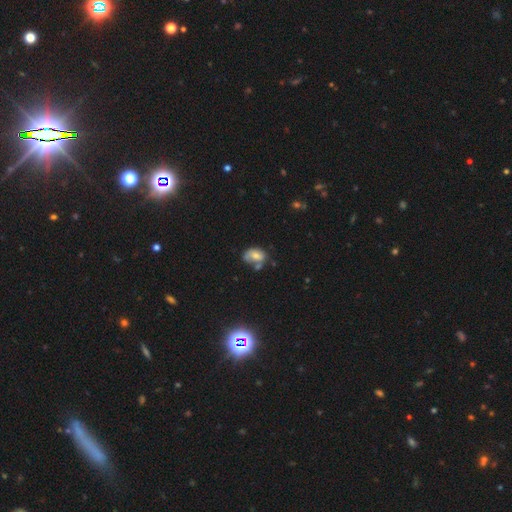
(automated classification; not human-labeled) Morphology: type=smooth (62%); roundness=in between (81%); merging=none (37%).